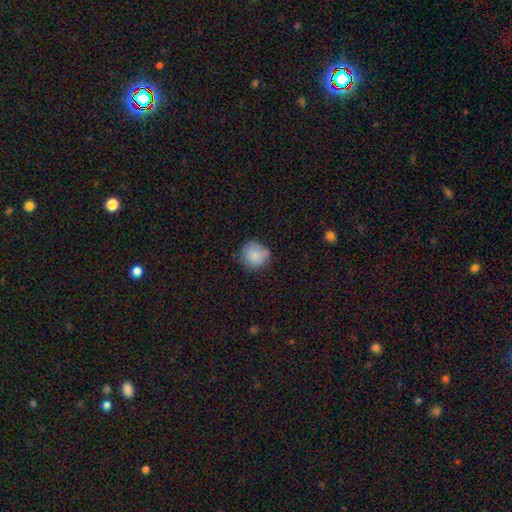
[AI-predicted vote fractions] Smooth or featured? smooth (83%)
How rounded? round (89%)
Merging? none (68%)